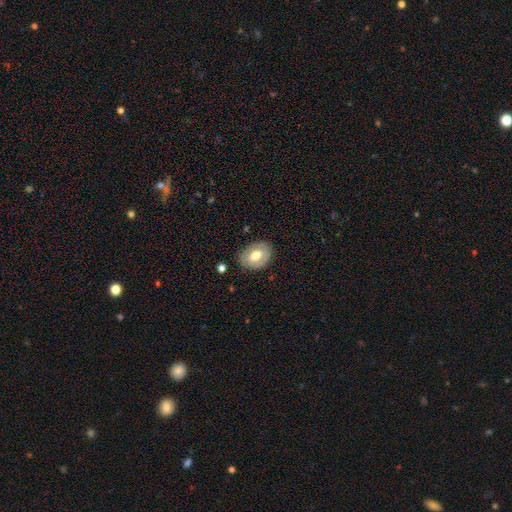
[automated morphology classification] Q: Smooth or featured?
A: smooth (56%); runner-up: featured or disk (38%)
Q: How rounded?
A: in between (72%); runner-up: round (27%)
Q: Merging?
A: none (80%); runner-up: minor disturbance (15%)